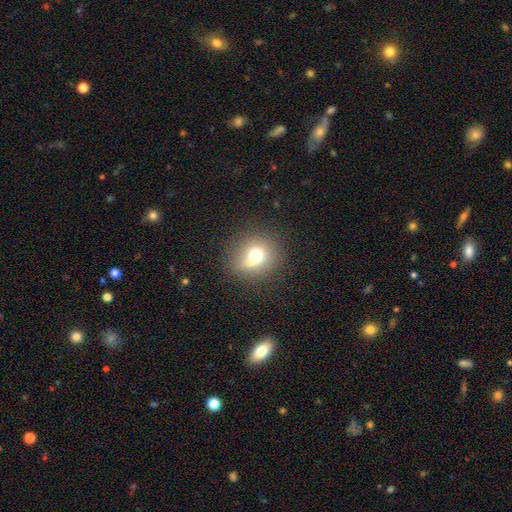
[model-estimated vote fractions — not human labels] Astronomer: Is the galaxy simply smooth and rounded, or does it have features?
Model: smooth — 67%.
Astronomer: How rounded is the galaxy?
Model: round — 85%.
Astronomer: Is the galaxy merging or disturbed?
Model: none — 55%.